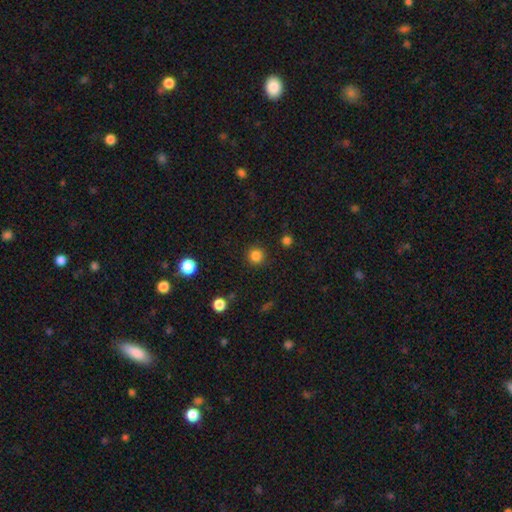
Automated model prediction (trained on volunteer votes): Smooth or featured: smooth — 84% (star or artifact — 13%)
How rounded: round — 94% (in between — 5%)
Merging: none — 91% (minor disturbance — 6%)